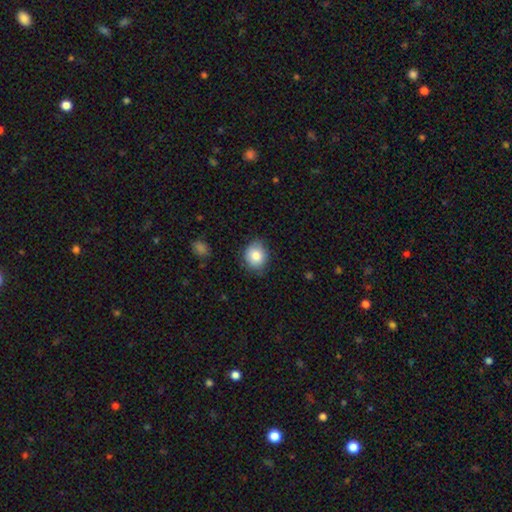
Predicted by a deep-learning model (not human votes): A smooth galaxy with no disk features (82%) that is round (69%). Merging: none (79%).